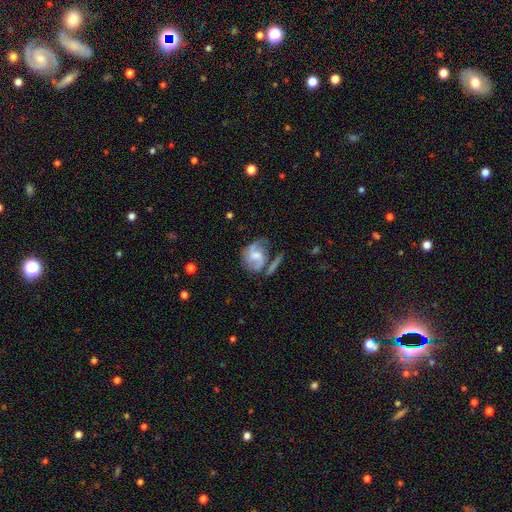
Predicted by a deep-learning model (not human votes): Q: Smooth or featured?
A: featured or disk (69%); runner-up: smooth (23%)
Q: Edge-on disk?
A: no (97%); runner-up: yes (3%)
Q: Bar?
A: weak (45%); runner-up: no (43%)
Q: Spiral arms?
A: yes (87%); runner-up: no (13%)
Q: Spiral winding?
A: medium (47%); runner-up: loose (34%)
Q: Spiral arm count?
A: 2 (70%); runner-up: can't tell (12%)
Q: Bulge size?
A: moderate (45%); runner-up: small (32%)
Q: Merging?
A: none (45%); runner-up: minor disturbance (23%)